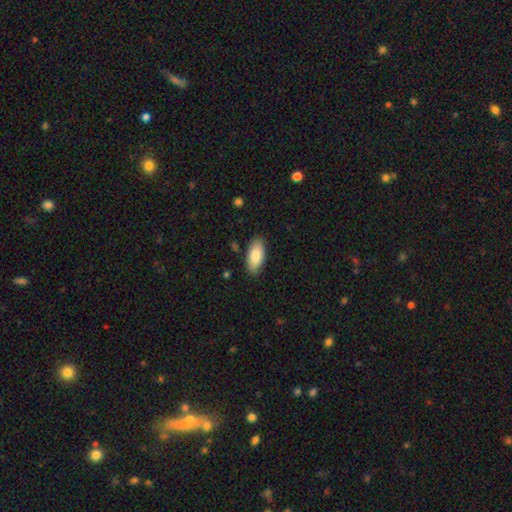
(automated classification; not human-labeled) A smooth galaxy with no disk features (85%) that is in between round and cigar-shaped (91%). Merging: none (85%).